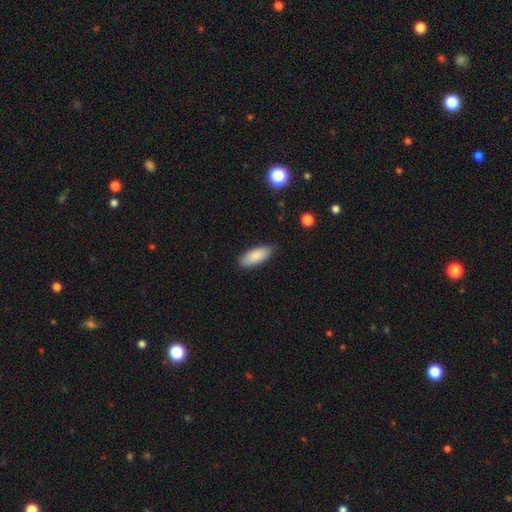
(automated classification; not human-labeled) Q: Smooth or featured?
A: smooth (86%); runner-up: featured or disk (8%)
Q: How rounded?
A: in between (80%); runner-up: cigar-shaped (18%)
Q: Merging?
A: none (84%); runner-up: minor disturbance (13%)